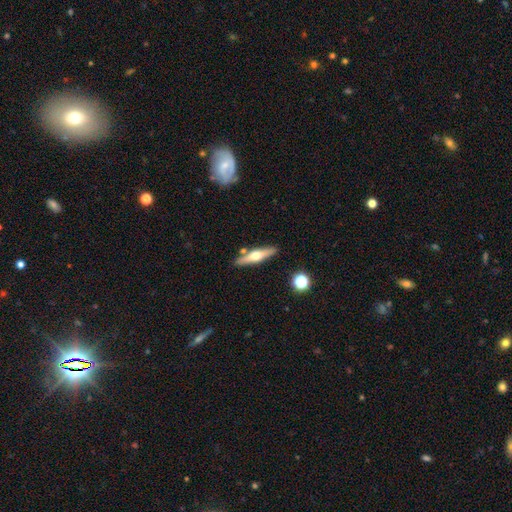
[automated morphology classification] smooth_or_featured: featured or disk (p=0.59) [alt: smooth p=0.35]
disk_edge_on: yes (p=0.95) [alt: no p=0.05]
edge_on_bulge: rounded (p=0.93) [alt: boxy p=0.04]
merging: none (p=0.84) [alt: minor disturbance p=0.09]